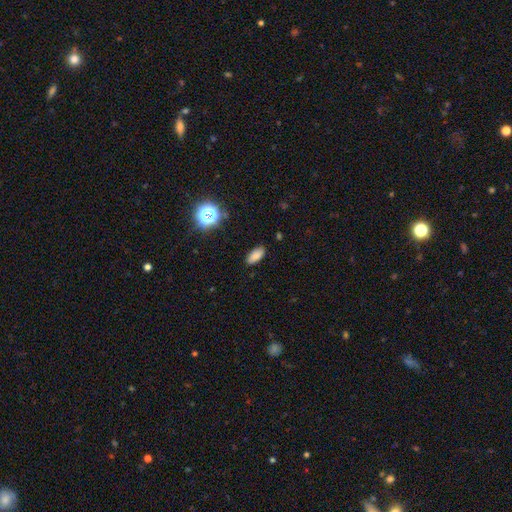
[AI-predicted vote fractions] Smooth or featured: smooth — 82% (star or artifact — 12%)
How rounded: in between — 88% (cigar-shaped — 7%)
Merging: none — 87% (minor disturbance — 10%)